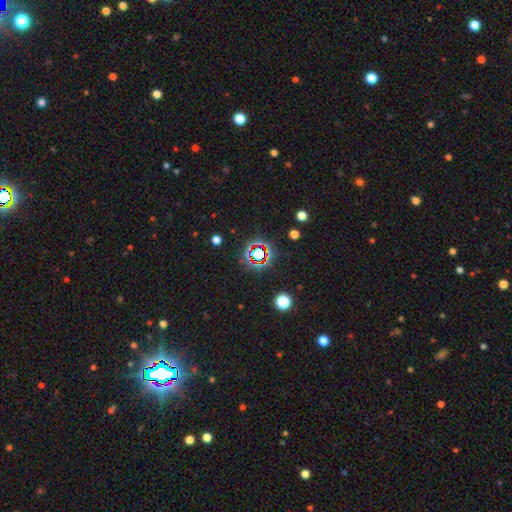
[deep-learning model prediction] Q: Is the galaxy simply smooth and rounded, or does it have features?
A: star or artifact — 72%.